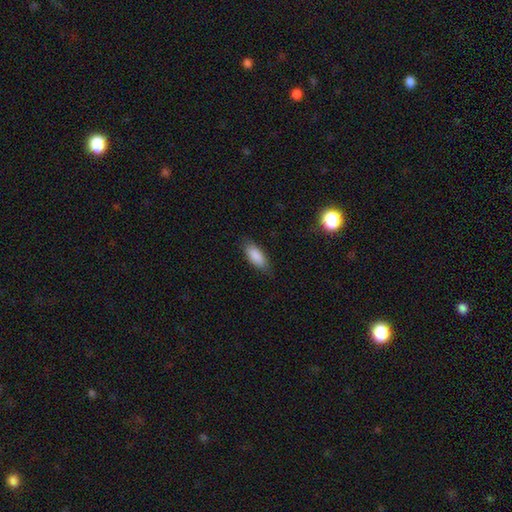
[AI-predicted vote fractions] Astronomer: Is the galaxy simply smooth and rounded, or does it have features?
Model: smooth — 88%.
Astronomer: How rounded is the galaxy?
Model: in between — 82%.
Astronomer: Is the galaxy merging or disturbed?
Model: none — 82%.